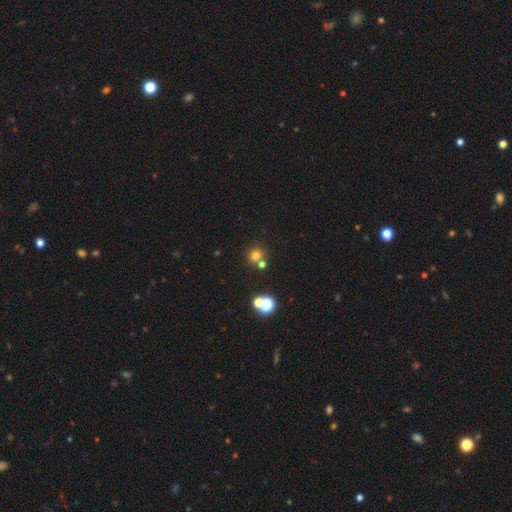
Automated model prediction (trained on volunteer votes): This is likely a smooth galaxy (72%). How rounded: clearly round (91%). Merging: likely none (66%).